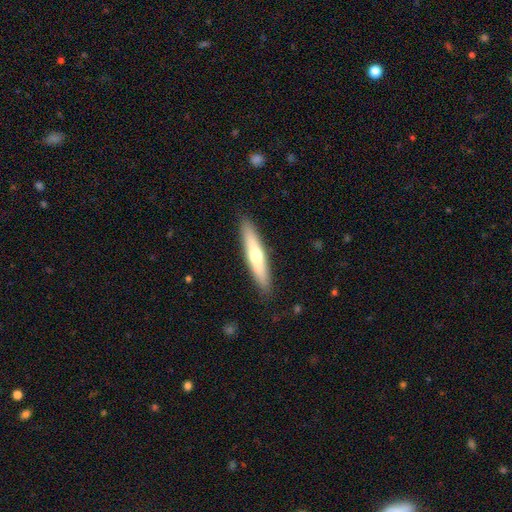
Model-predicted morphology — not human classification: This is possibly a smooth galaxy (52%). How rounded: clearly cigar-shaped (82%). Merging: clearly none (89%).